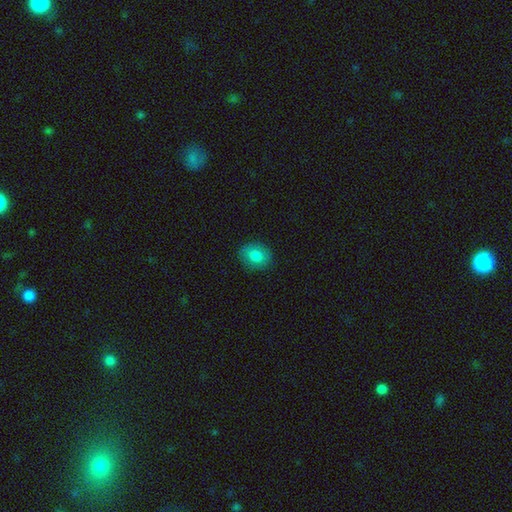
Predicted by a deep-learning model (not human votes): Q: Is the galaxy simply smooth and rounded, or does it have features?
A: smooth — 82%.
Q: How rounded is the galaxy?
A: in between — 50%.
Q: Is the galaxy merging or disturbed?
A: none — 85%.